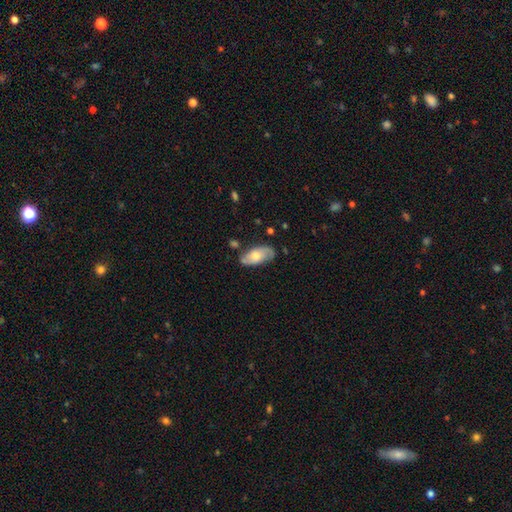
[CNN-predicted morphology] This appears to be a smooth galaxy with no disk features (49%). Merging: none (70%).